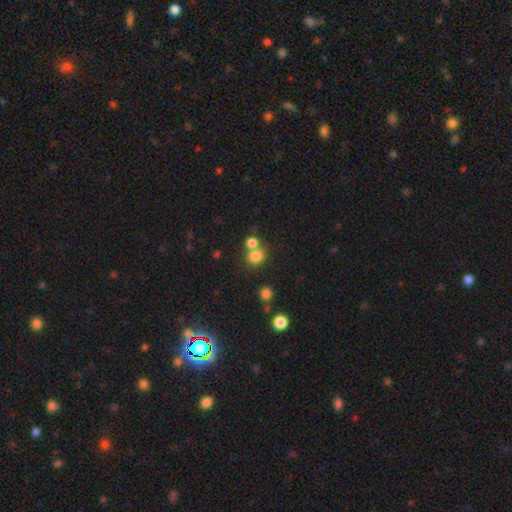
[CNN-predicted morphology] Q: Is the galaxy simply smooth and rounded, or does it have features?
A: smooth — 79%.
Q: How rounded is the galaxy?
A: round — 70%.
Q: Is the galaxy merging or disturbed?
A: none — 55%.